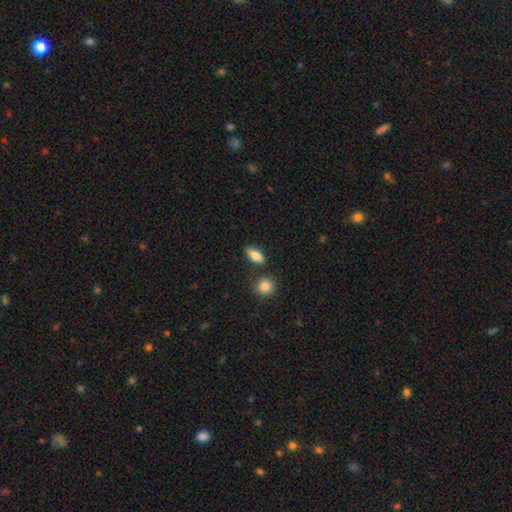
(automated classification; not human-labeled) Smooth or featured?
  - smooth: 79% *
  - featured or disk: 13%
  - star or artifact: 7%
How rounded?
  - in between: 81% *
  - cigar-shaped: 14%
  - round: 5%
Merging?
  - none: 79% *
  - minor disturbance: 11%
  - merger: 7%
  - major disturbance: 3%